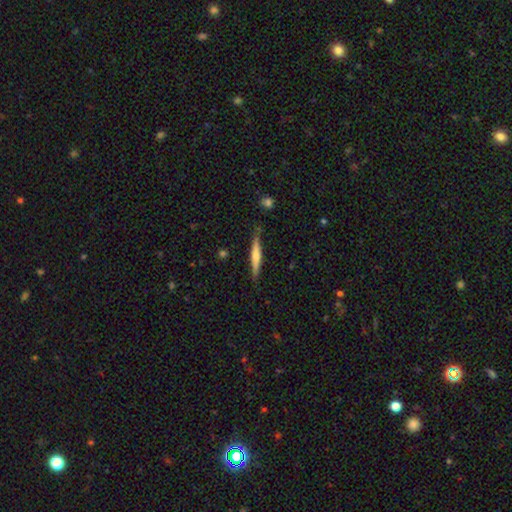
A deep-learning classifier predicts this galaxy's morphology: smooth-or-featured: smooth: 49% | featured or disk: 45% | star or artifact: 6%
  merging: none: 83% | minor disturbance: 12% | major disturbance: 2% | merger: 2%